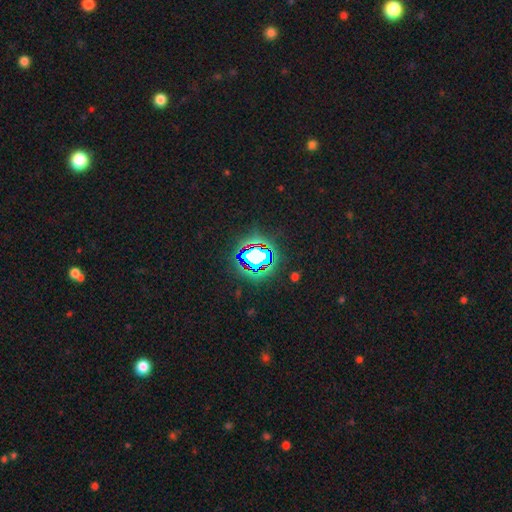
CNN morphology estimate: type=star or artifact (69%).